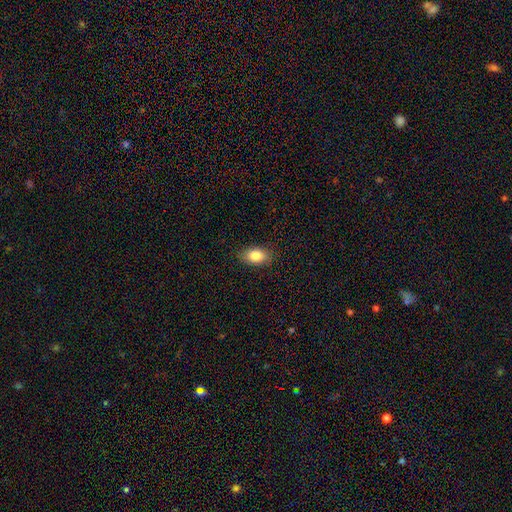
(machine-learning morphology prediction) This is clearly a smooth galaxy (84%). How rounded: clearly in between (89%). Merging: clearly none (87%).